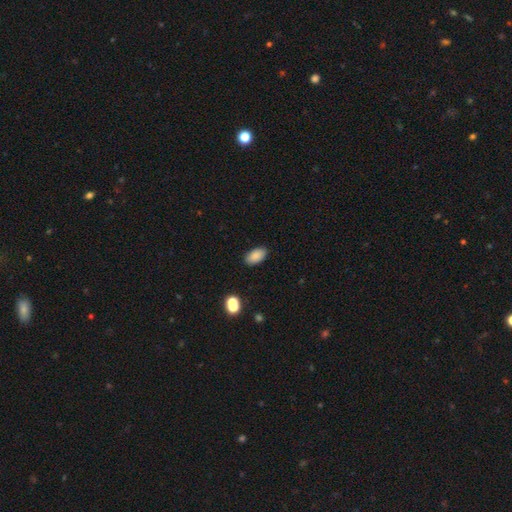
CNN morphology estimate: Overall: smooth (87%). How rounded: in between (94%). Merging: none (88%).